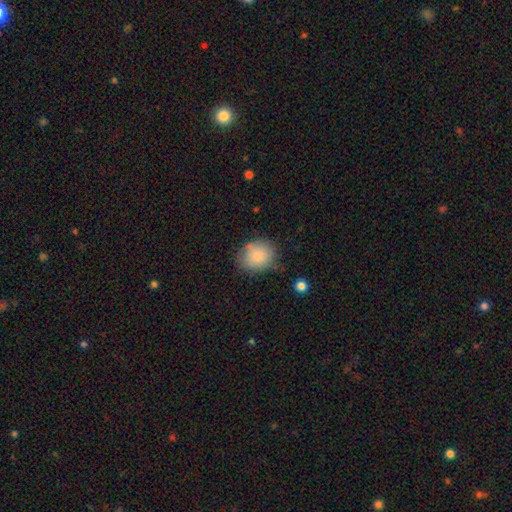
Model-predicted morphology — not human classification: A smooth galaxy with no disk features (82%) that is round (61%). Merging: none (71%).